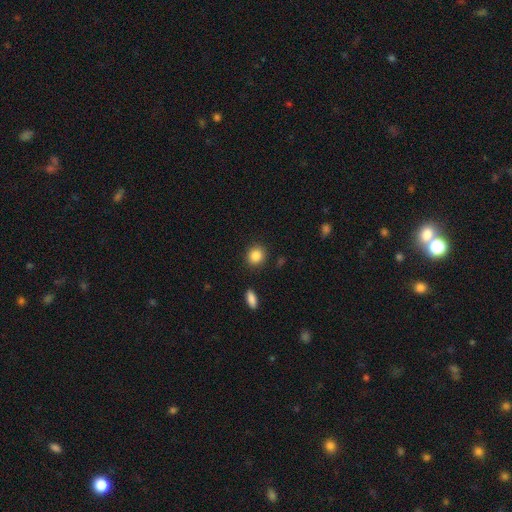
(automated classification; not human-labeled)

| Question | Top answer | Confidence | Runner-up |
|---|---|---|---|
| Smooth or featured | smooth | 87% | star or artifact (9%) |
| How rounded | round | 82% | in between (17%) |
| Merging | none | 88% | minor disturbance (8%) |